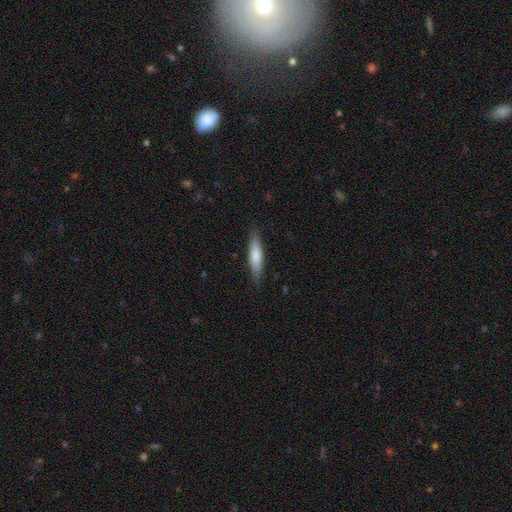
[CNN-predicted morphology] Overall: smooth (72%). How rounded: cigar-shaped (79%). Merging: none (85%).